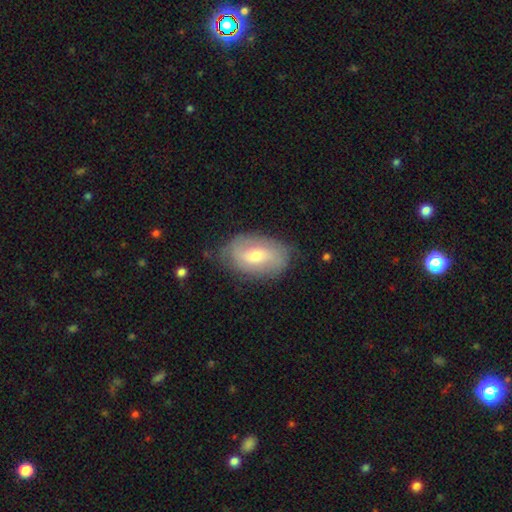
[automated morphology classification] A featured or disk galaxy (52%). Merging: none (71%).